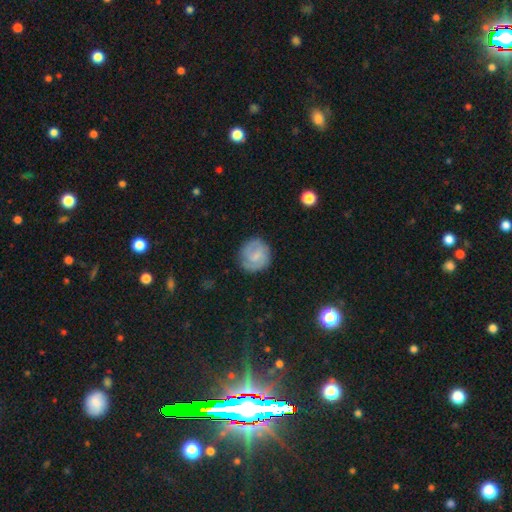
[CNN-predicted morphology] Smooth or featured? Predicted: smooth (p=0.50). Merging? Predicted: none (p=0.80).